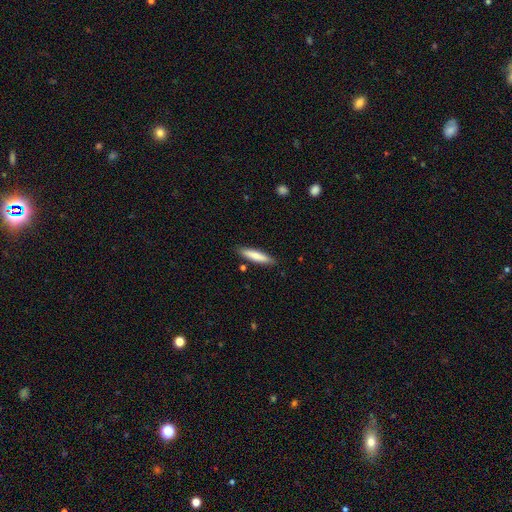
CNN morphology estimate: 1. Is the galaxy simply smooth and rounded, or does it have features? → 76% smooth, 18% featured or disk, 6% star or artifact.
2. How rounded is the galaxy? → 80% cigar-shaped, 19% in between, 1% round.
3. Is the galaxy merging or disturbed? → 87% none, 9% minor disturbance, 2% merger, 2% major disturbance.